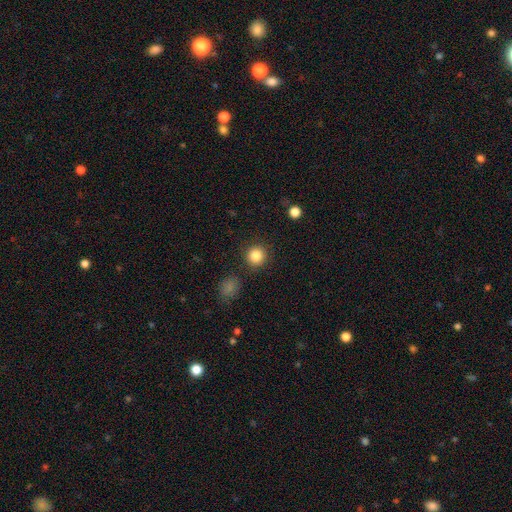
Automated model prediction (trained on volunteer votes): A smooth galaxy with no disk features (85%) that is round (92%).

Vote fractions:
- Smooth or featured? smooth: 85% / star or artifact: 10% / featured or disk: 4%
- How rounded? round: 92% / in between: 7% / cigar-shaped: 1%
- Merging? none: 87% / minor disturbance: 7% / merger: 3% / major disturbance: 3%